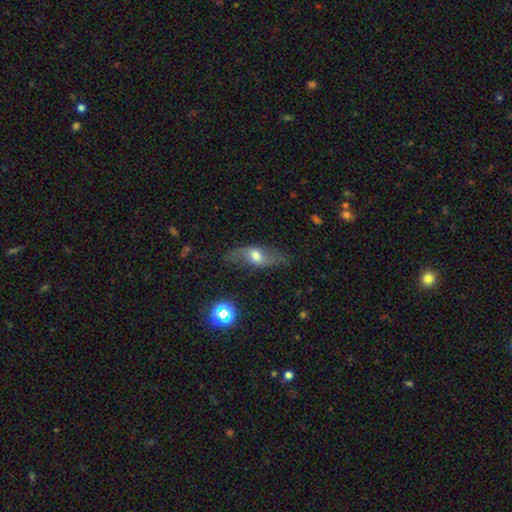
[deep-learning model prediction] Morphology: type=featured or disk (49%); merging=none (68%).